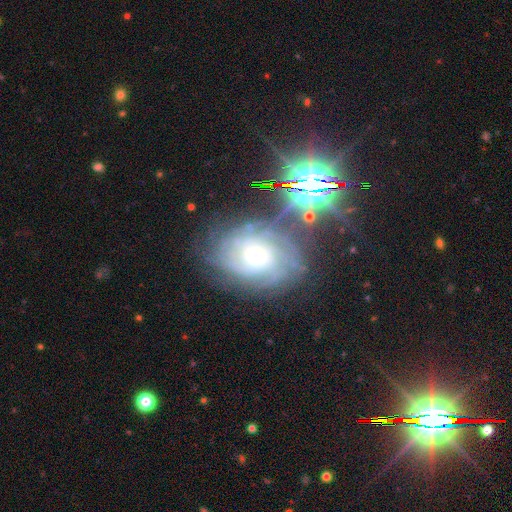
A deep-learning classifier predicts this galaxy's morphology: A featured or disk galaxy (73%) with no bar (76%), tight (69%) spiral arms (93%) and a moderate central bulge (50%). Merging: none (71%).